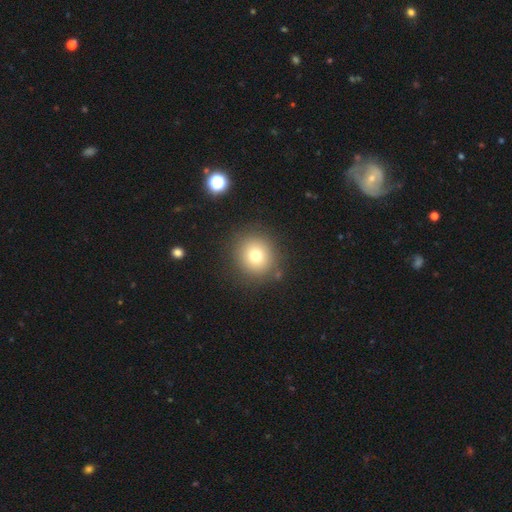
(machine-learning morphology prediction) smooth-or-featured: smooth: 75% | star or artifact: 13% | featured or disk: 12%
  how-rounded: round: 90% | in between: 9% | cigar-shaped: 1%
  merging: none: 86% | minor disturbance: 8% | major disturbance: 4% | merger: 3%